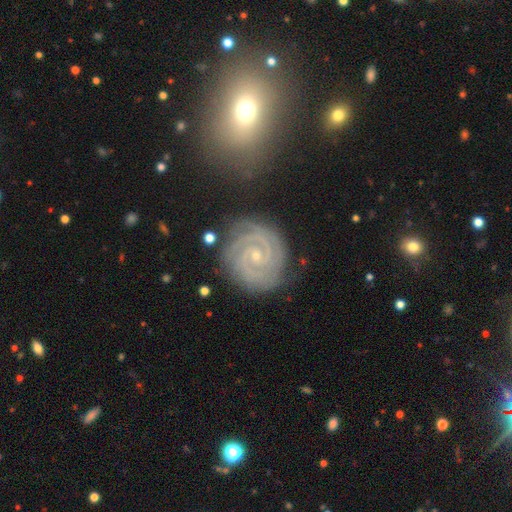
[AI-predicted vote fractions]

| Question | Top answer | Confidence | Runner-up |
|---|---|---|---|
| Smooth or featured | featured or disk | 89% | star or artifact (7%) |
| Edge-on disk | no | 98% | yes (2%) |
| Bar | no | 58% | weak (32%) |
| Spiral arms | yes | 98% | no (2%) |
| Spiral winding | tight | 80% | medium (17%) |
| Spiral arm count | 2 | 54% | 3 (22%) |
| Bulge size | small | 79% | moderate (18%) |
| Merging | none | 81% | minor disturbance (13%) |